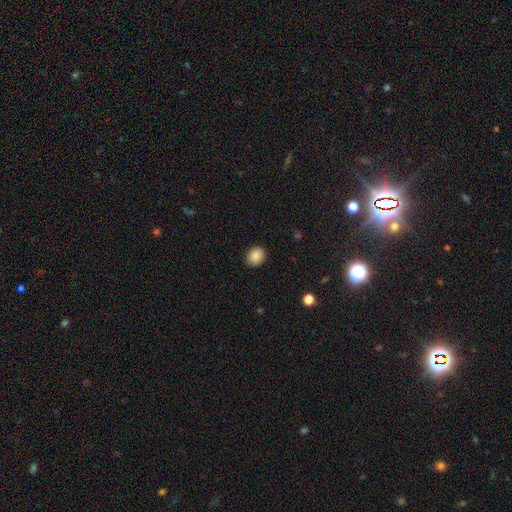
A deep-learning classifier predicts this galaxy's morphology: Smooth or featured?
  - smooth: 88% *
  - star or artifact: 8%
  - featured or disk: 3%
How rounded?
  - round: 59% *
  - in between: 40%
  - cigar-shaped: 1%
Merging?
  - none: 88% *
  - minor disturbance: 9%
  - major disturbance: 2%
  - merger: 1%